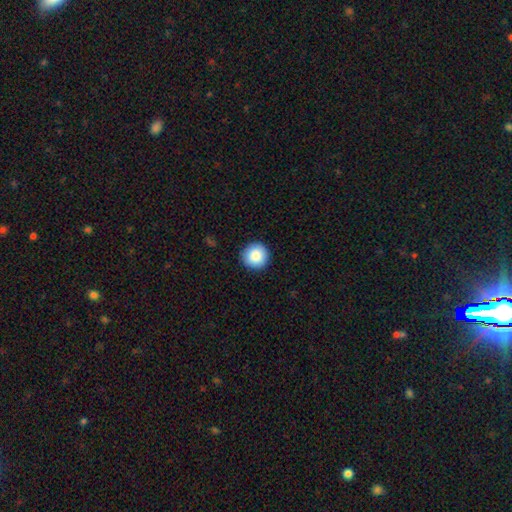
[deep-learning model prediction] Overall: smooth (87%). How rounded: round (96%). Merging: none (92%).